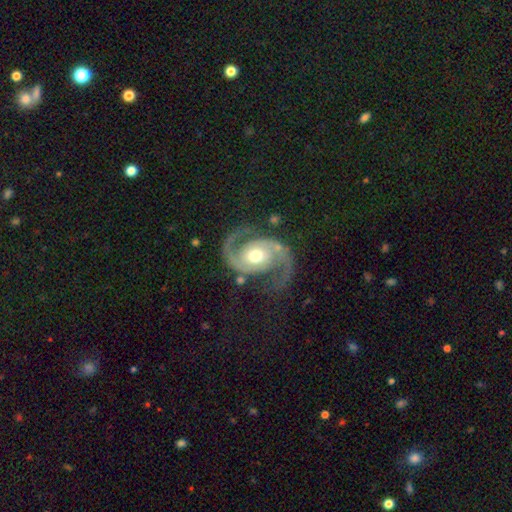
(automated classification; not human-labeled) smooth_or_featured: featured or disk (p=0.93) [alt: star or artifact p=0.04]
disk_edge_on: no (p=0.98) [alt: yes p=0.02]
bar: no (p=0.60) [alt: weak p=0.29]
has_spiral_arms: yes (p=0.98) [alt: no p=0.02]
spiral_winding: medium (p=0.58) [alt: loose p=0.24]
spiral_arm_count: 2 (p=0.94) [alt: can't tell p=0.01]
bulge_size: moderate (p=0.75) [alt: small p=0.13]
merging: none (p=0.77) [alt: minor disturbance p=0.13]